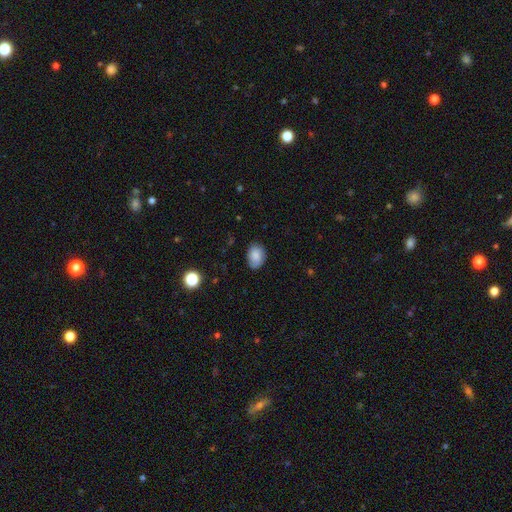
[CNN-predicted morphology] Smooth or featured? smooth (82%)
How rounded? in between (77%)
Merging? none (78%)